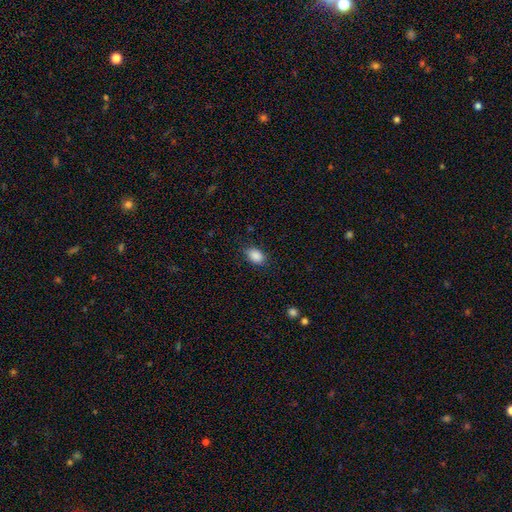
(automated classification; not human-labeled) Smooth or featured? smooth (88%)
How rounded? in between (81%)
Merging? none (82%)